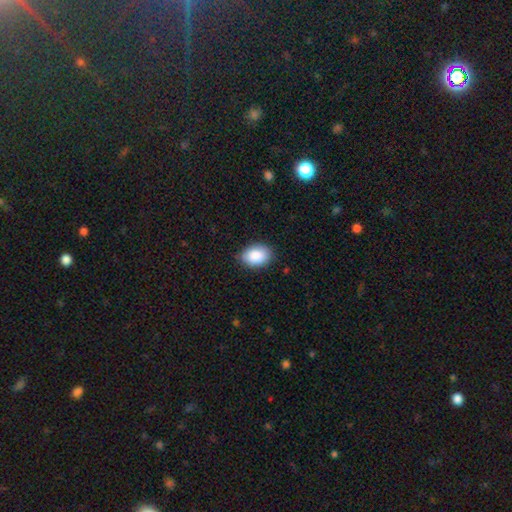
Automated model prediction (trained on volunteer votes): This is clearly a smooth galaxy (89%). How rounded: clearly in between (84%). Merging: clearly none (85%).